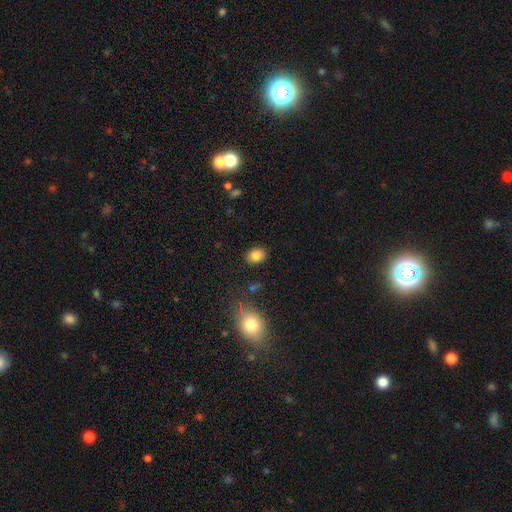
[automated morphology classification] This is clearly a smooth galaxy (82%). How rounded: likely in between (60%). Merging: clearly none (86%).